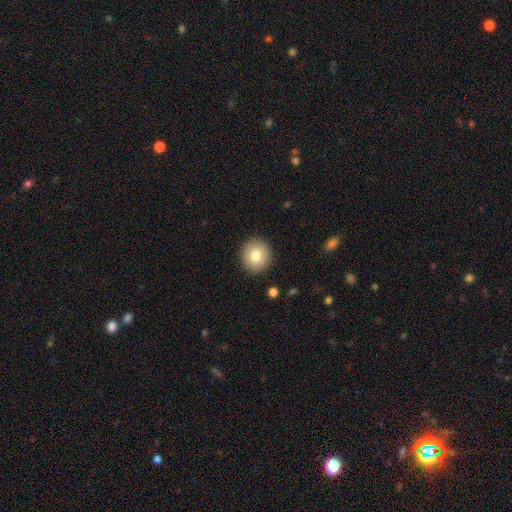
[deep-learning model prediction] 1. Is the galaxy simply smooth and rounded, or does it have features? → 79% smooth, 12% featured or disk, 9% star or artifact.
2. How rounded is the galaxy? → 90% round, 9% in between, 1% cigar-shaped.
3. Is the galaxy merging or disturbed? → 91% none, 6% minor disturbance, 2% major disturbance, 1% merger.